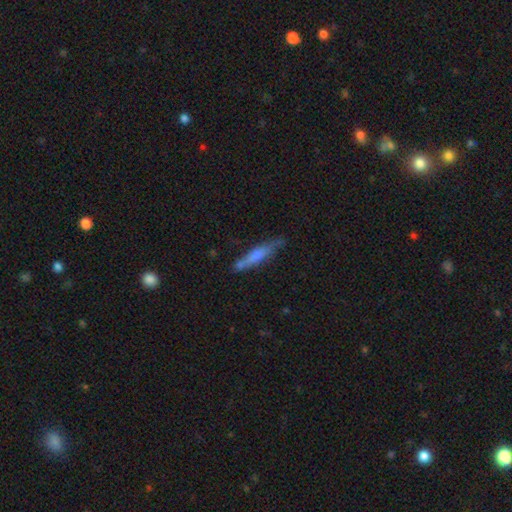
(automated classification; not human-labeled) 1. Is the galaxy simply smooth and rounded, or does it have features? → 50% smooth, 43% featured or disk, 7% star or artifact.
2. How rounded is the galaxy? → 89% cigar-shaped, 9% in between, 2% round.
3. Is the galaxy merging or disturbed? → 70% none, 20% minor disturbance, 5% merger, 5% major disturbance.